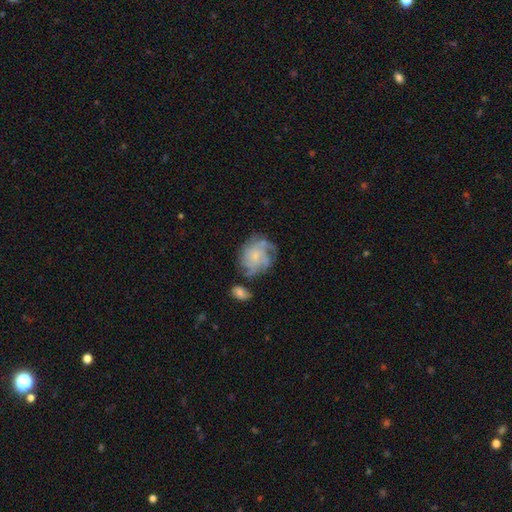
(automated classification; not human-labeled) A featured or disk galaxy (70%) with no bar (77%), tight (50%) spiral arms (88%) and a small central bulge (63%). Merging: none (57%).